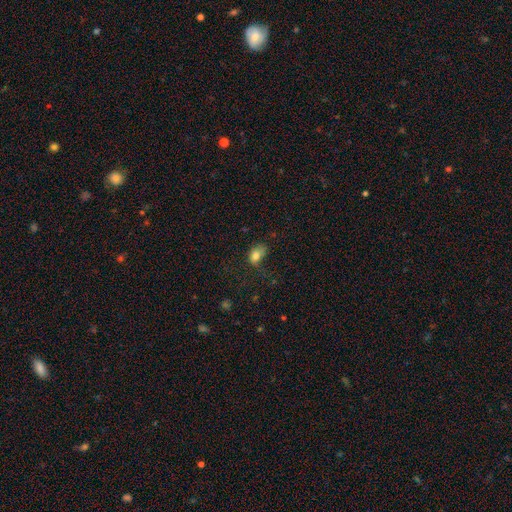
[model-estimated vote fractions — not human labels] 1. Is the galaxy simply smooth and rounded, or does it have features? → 79% smooth, 11% star or artifact, 10% featured or disk.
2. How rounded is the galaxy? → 72% in between, 27% round, 2% cigar-shaped.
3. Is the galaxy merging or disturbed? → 39% none, 32% minor disturbance, 25% major disturbance, 4% merger.